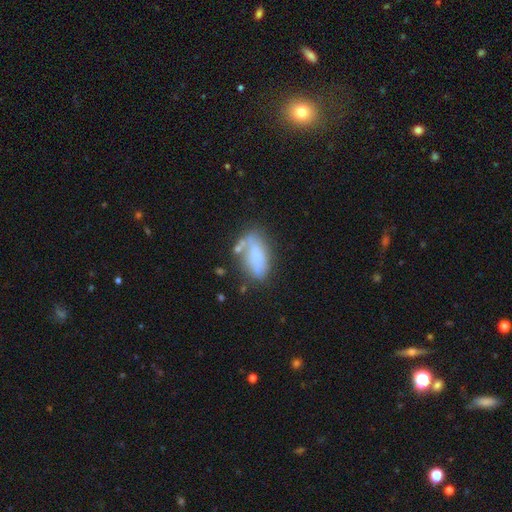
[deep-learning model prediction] Q: Smooth or featured?
A: smooth (62%); runner-up: featured or disk (29%)
Q: How rounded?
A: in between (82%); runner-up: cigar-shaped (14%)
Q: Merging?
A: none (45%); runner-up: minor disturbance (25%)